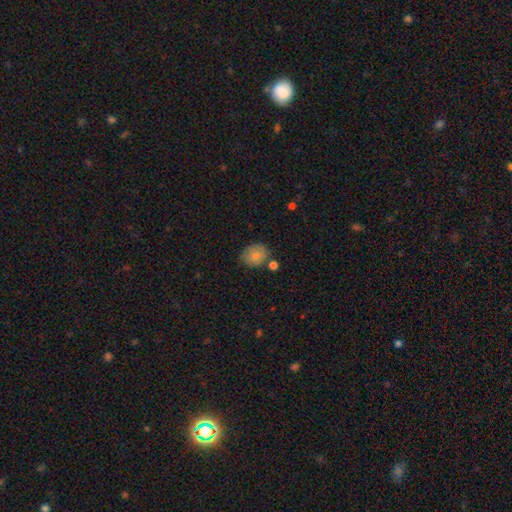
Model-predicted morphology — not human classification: Overall: smooth (79%). How rounded: round (52%; in between 47%). Merging: none (64%).